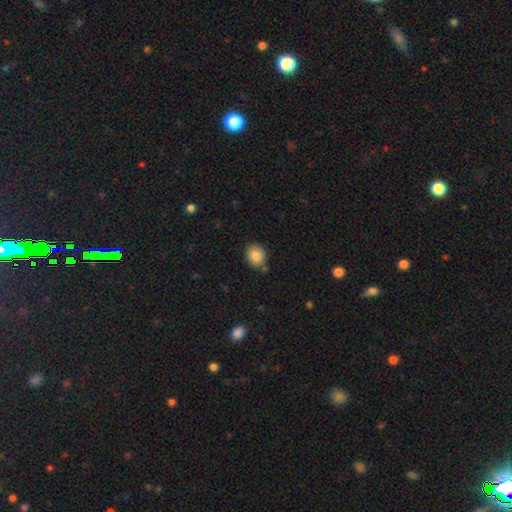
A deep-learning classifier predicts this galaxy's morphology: smooth-or-featured: smooth: 84% | star or artifact: 9% | featured or disk: 7%
  how-rounded: round: 67% | in between: 33% | cigar-shaped: 1%
  merging: none: 80% | minor disturbance: 12% | merger: 5% | major disturbance: 2%